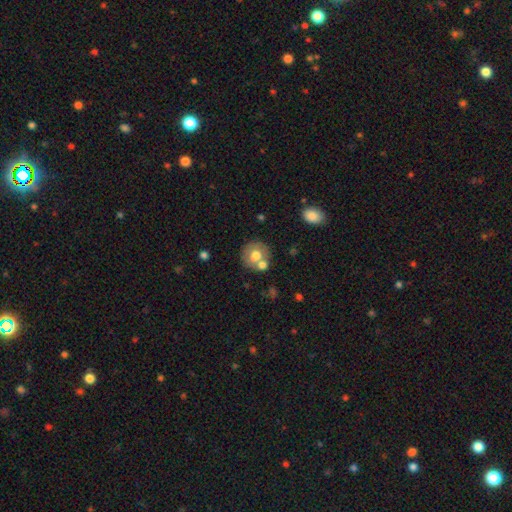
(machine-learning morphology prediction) This is likely a smooth galaxy (65%). How rounded: clearly round (87%). Merging: possibly none (58%).